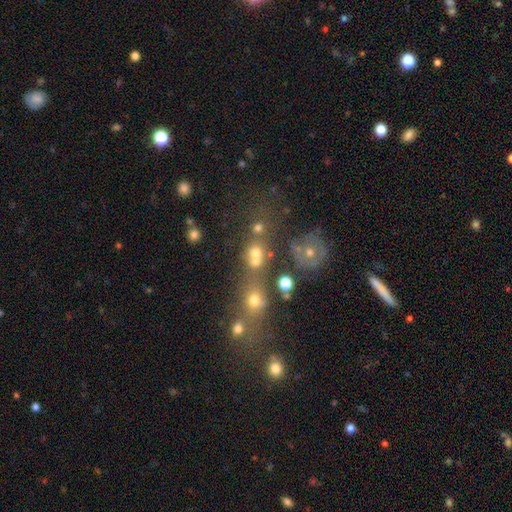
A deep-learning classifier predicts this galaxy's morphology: This appears to be a smooth galaxy with no disk features (53%) that is round (70%). Merging: none (48%).